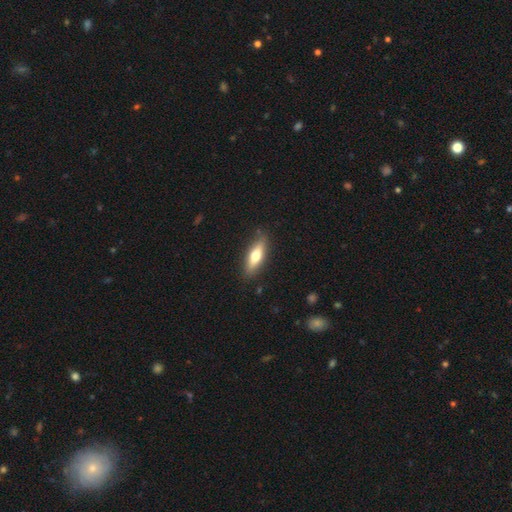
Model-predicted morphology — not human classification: Smooth or featured?
  - smooth: 59% *
  - featured or disk: 35%
  - star or artifact: 6%
How rounded?
  - cigar-shaped: 51% *
  - in between: 47%
  - round: 3%
Merging?
  - none: 87% *
  - minor disturbance: 10%
  - major disturbance: 2%
  - merger: 1%